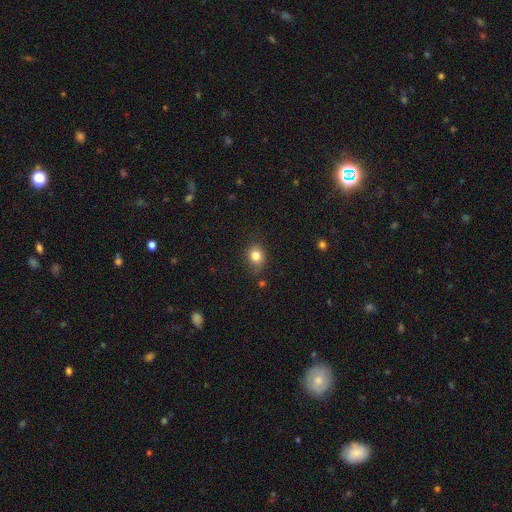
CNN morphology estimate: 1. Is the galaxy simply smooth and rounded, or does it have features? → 82% smooth, 11% star or artifact, 7% featured or disk.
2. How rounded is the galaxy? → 63% round, 37% in between, 1% cigar-shaped.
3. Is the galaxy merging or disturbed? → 77% none, 17% minor disturbance, 4% major disturbance, 2% merger.